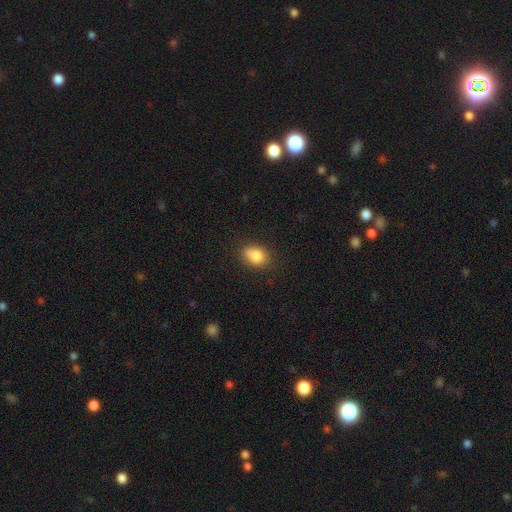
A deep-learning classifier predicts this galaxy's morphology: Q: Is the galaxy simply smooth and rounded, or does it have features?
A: smooth — 83%.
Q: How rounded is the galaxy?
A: in between — 63%.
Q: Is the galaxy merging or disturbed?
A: none — 72%.